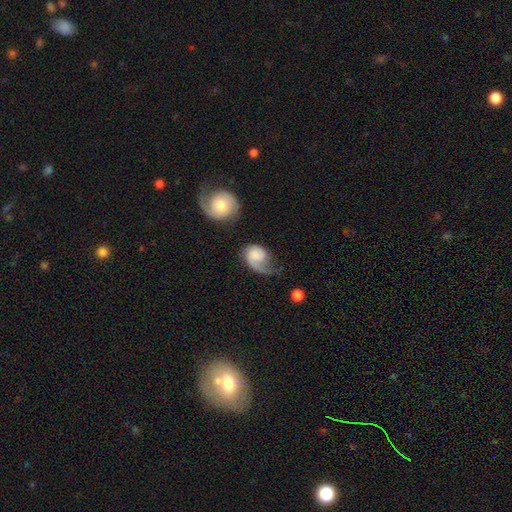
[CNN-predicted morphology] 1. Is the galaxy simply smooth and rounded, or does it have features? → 50% featured or disk, 44% smooth, 6% star or artifact.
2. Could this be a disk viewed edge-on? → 97% no, 3% yes.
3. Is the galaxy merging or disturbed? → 42% major disturbance, 26% none, 25% minor disturbance, 7% merger.